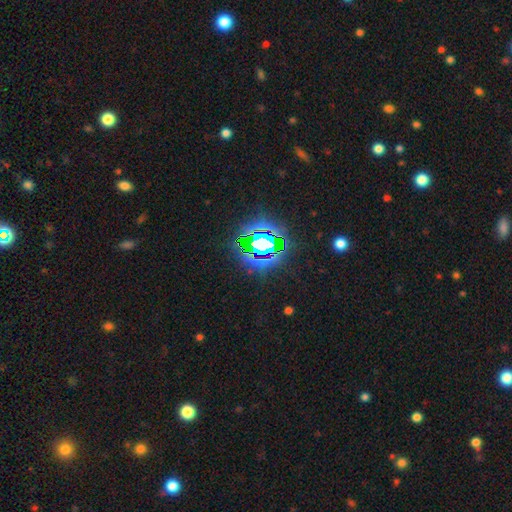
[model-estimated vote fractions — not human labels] star or artifact 83%, smooth 11%, featured or disk 7%.